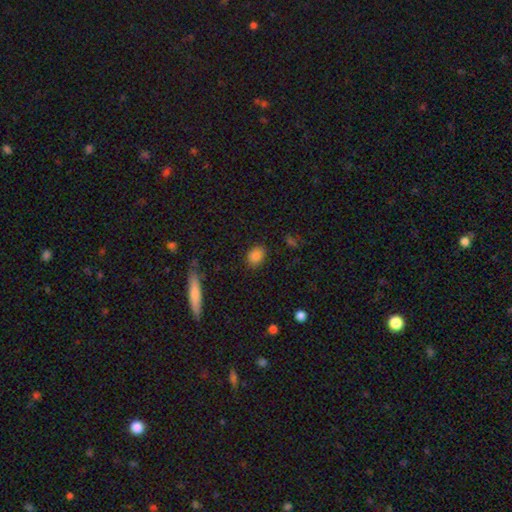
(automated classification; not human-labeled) This is clearly a smooth galaxy (86%). How rounded: possibly in between (58%). Merging: clearly none (87%).